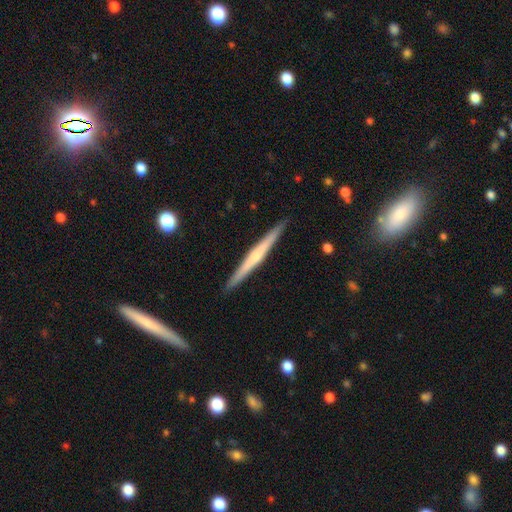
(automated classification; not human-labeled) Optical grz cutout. It shows a featured or disk galaxy (61%) viewed edge-on (98%) with no central bulge (50%). Merging: none (91%).